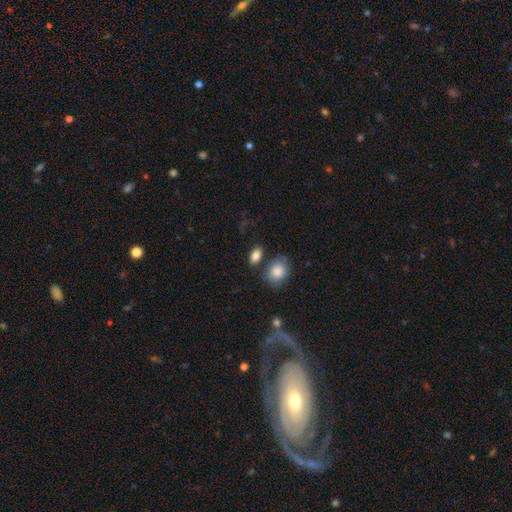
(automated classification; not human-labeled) Smooth or featured: smooth — 86% (star or artifact — 8%)
How rounded: in between — 83% (round — 15%)
Merging: none — 72% (minor disturbance — 14%)